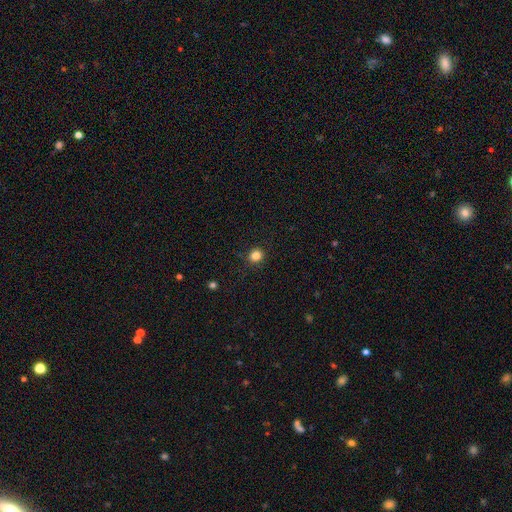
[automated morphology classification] type=smooth (84%); roundness=round (89%); merging=none (90%).